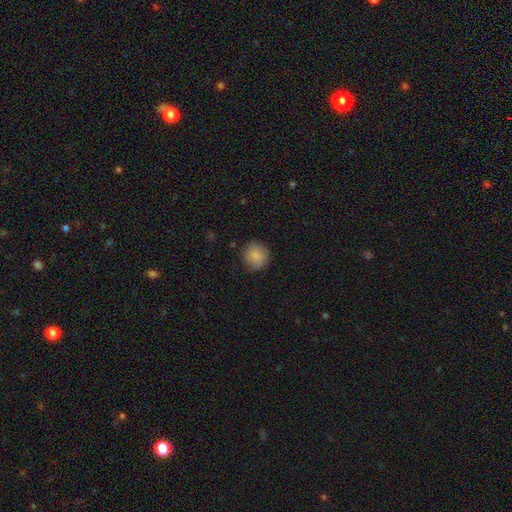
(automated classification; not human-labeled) smooth-or-featured: smooth: 86% | star or artifact: 8% | featured or disk: 6%
  how-rounded: round: 90% | in between: 9% | cigar-shaped: 1%
  merging: none: 83% | minor disturbance: 13% | major disturbance: 3% | merger: 1%